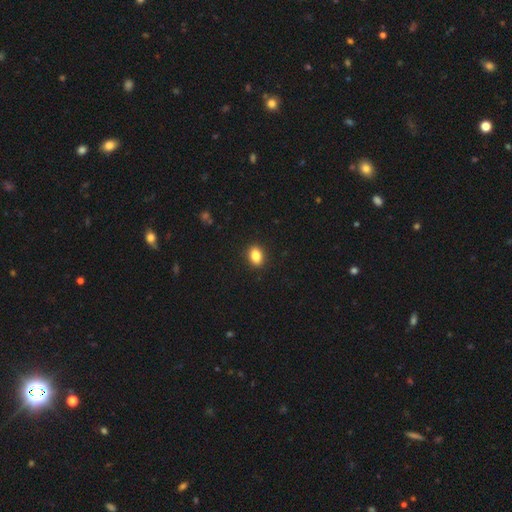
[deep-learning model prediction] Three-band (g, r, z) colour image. It shows a smooth galaxy with no disk features (85%) that is in between round and cigar-shaped (74%). Merging: none (91%).